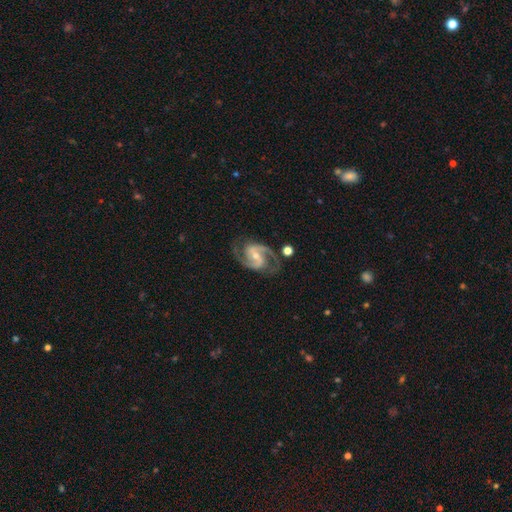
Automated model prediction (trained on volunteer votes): A featured or disk galaxy (92%) with a weak bar (44%), 2 (93%) medium (64%) spiral arms (98%) and a small central bulge (51%). Merging: none (77%).